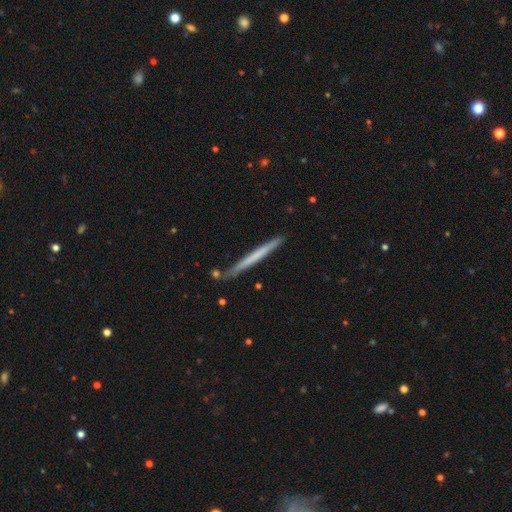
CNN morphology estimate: Q: Smooth or featured?
A: smooth (52%); runner-up: featured or disk (43%)
Q: How rounded?
A: cigar-shaped (97%); runner-up: in between (1%)
Q: Merging?
A: none (86%); runner-up: minor disturbance (10%)